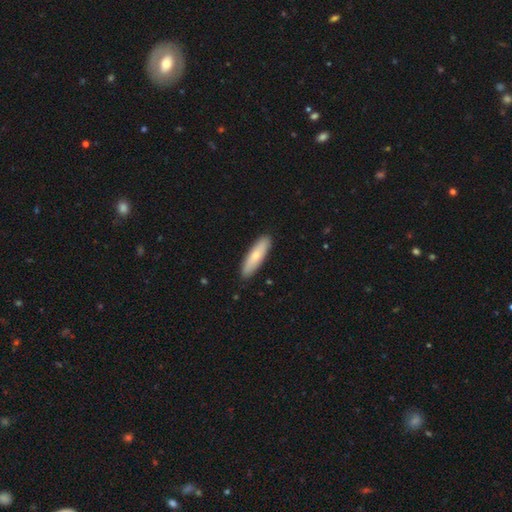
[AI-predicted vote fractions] This is likely a smooth galaxy (67%). How rounded: likely cigar-shaped (63%). Merging: clearly none (90%).